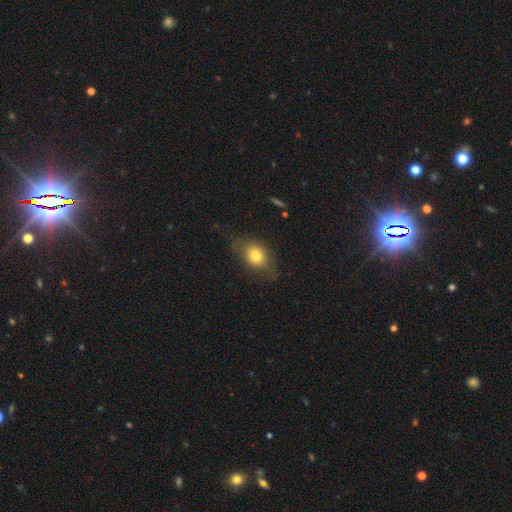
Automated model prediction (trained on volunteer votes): Smooth or featured: smooth — 74% (featured or disk — 17%)
How rounded: in between — 69% (round — 28%)
Merging: none — 65% (minor disturbance — 24%)